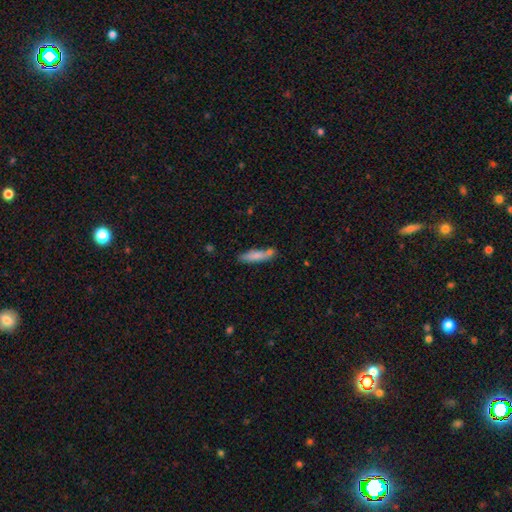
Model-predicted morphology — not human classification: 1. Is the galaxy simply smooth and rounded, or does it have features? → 77% smooth, 17% featured or disk, 7% star or artifact.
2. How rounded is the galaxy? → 75% cigar-shaped, 23% in between, 2% round.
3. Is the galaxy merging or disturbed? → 65% none, 17% minor disturbance, 14% merger, 4% major disturbance.